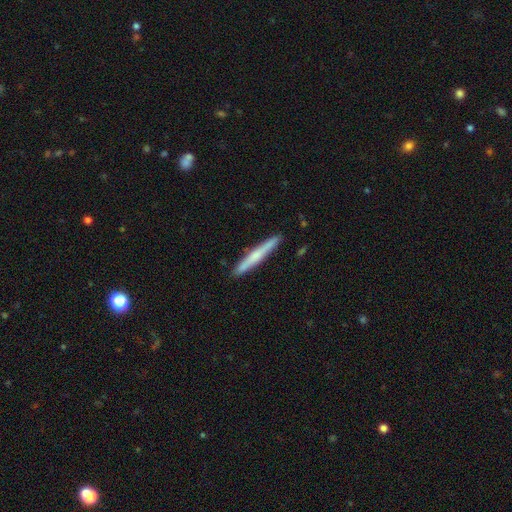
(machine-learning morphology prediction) Overall: smooth (51%; featured or disk 43%). How rounded: cigar-shaped (96%). Merging: none (91%).